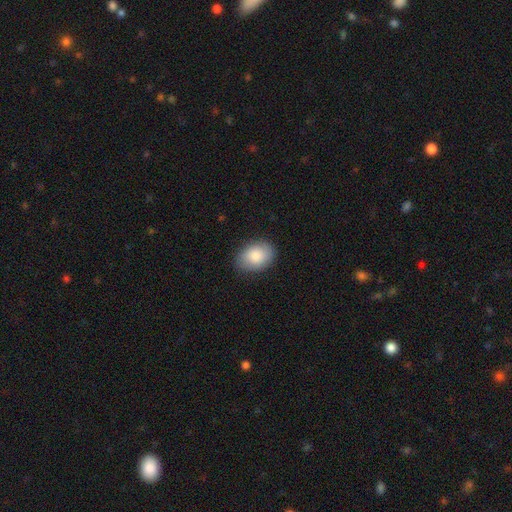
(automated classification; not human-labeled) This is clearly a smooth galaxy (85%). How rounded: likely in between (77%). Merging: clearly none (85%).